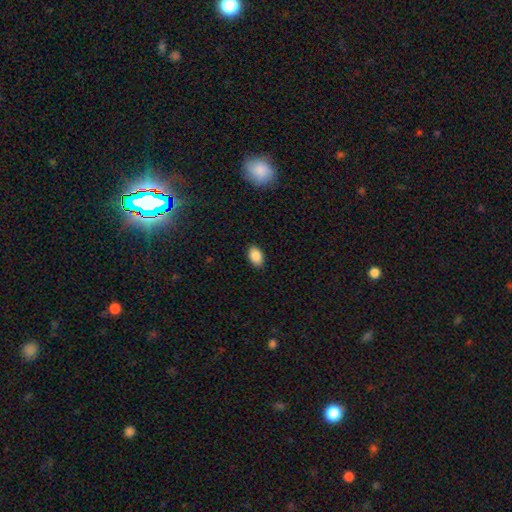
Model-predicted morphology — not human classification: smooth-or-featured: smooth: 89% | star or artifact: 7% | featured or disk: 4%
  how-rounded: in between: 90% | round: 9% | cigar-shaped: 1%
  merging: none: 88% | minor disturbance: 9% | major disturbance: 2% | merger: 1%